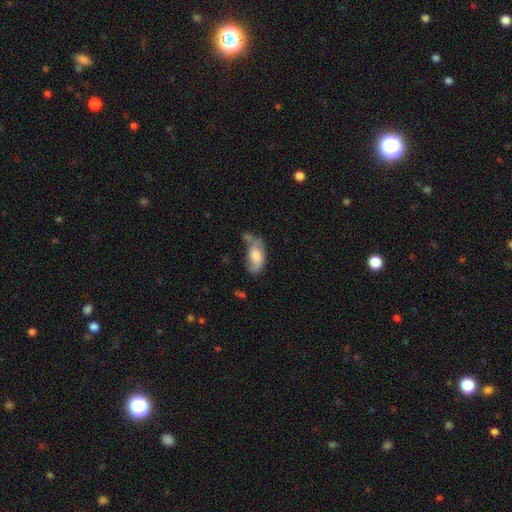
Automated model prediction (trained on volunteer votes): smooth_or_featured: smooth (p=0.59) [alt: featured or disk p=0.33]
how_rounded: in between (p=0.89) [alt: cigar-shaped p=0.06]
merging: none (p=0.33) [alt: minor disturbance p=0.32]